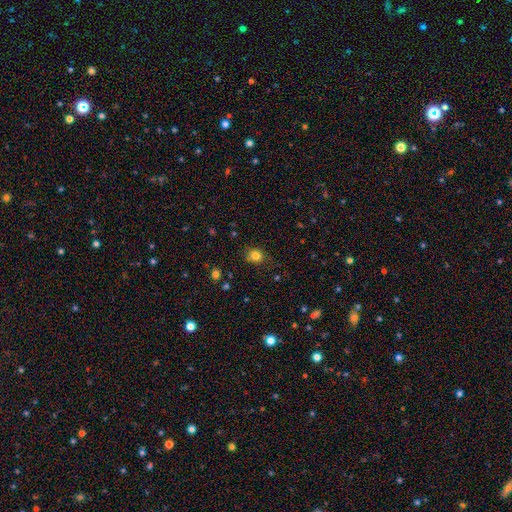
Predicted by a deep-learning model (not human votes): This is clearly a smooth galaxy (81%). How rounded: likely round (74%). Merging: clearly none (81%).